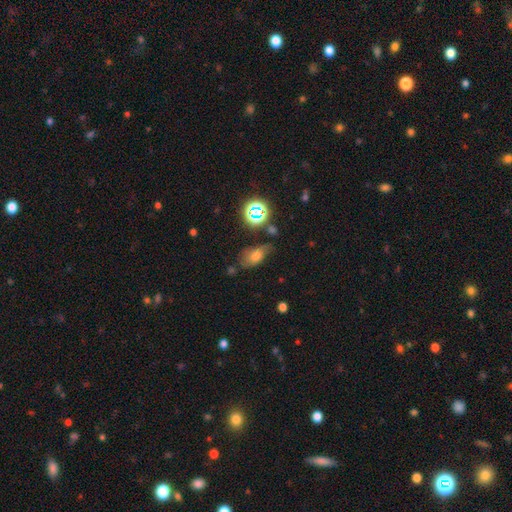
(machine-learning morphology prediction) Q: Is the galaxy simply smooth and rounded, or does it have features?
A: smooth — 59%.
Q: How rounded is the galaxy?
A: in between — 83%.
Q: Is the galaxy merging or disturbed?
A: none — 49%.